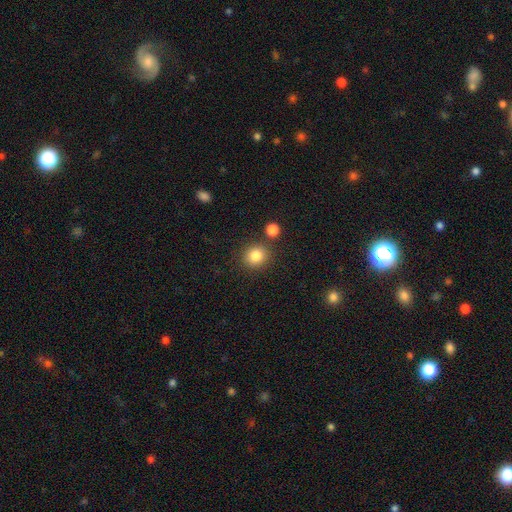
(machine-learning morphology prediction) Smooth or featured? Predicted: smooth (p=0.84). How rounded? Predicted: round (p=0.84). Merging? Predicted: none (p=0.81).